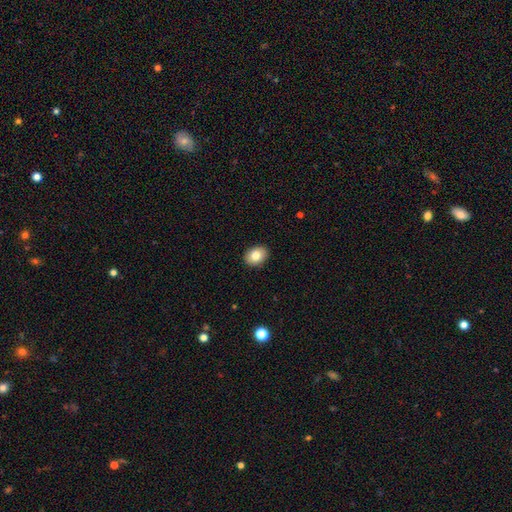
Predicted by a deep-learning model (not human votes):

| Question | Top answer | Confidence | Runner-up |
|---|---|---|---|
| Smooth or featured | smooth | 82% | featured or disk (10%) |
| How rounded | in between | 75% | round (24%) |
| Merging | none | 90% | minor disturbance (7%) |